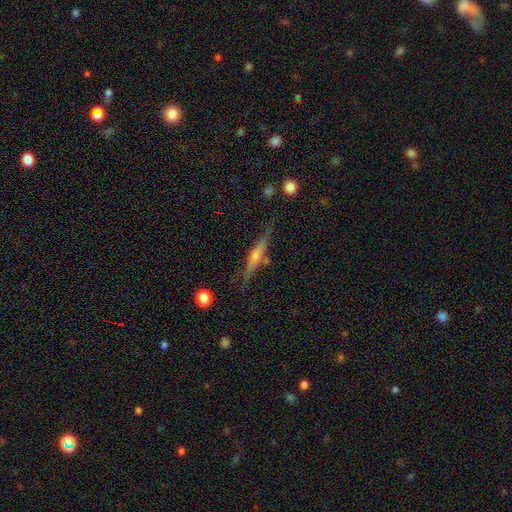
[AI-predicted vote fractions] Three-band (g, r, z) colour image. It shows a featured or disk galaxy (65%) viewed edge-on (96%) with a rounded central bulge (70%). Merging: none (80%).